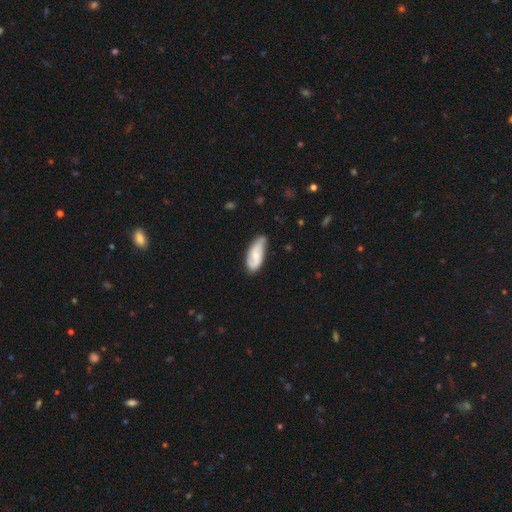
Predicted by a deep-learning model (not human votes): featured or disk 56%, smooth 39%, star or artifact 5%. Down the decision tree: edge-on disk — no (93%); bar — no (60%); spiral arms — yes (88%); bulge size — small (51%); merging — none (64%).